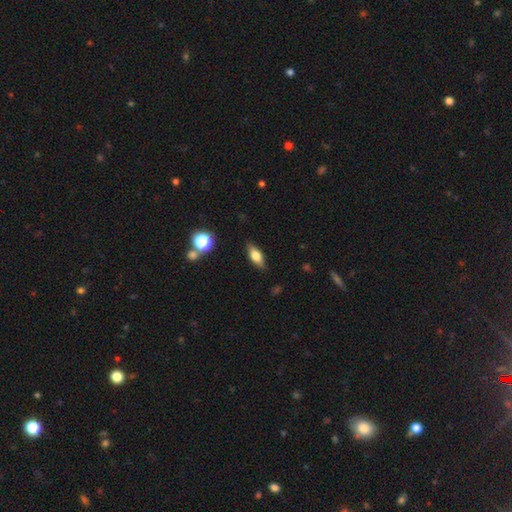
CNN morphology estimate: smooth-or-featured: smooth: 59% | featured or disk: 32% | star or artifact: 9%
  how-rounded: in between: 70% | cigar-shaped: 25% | round: 6%
  merging: none: 85% | minor disturbance: 10% | major disturbance: 2% | merger: 2%